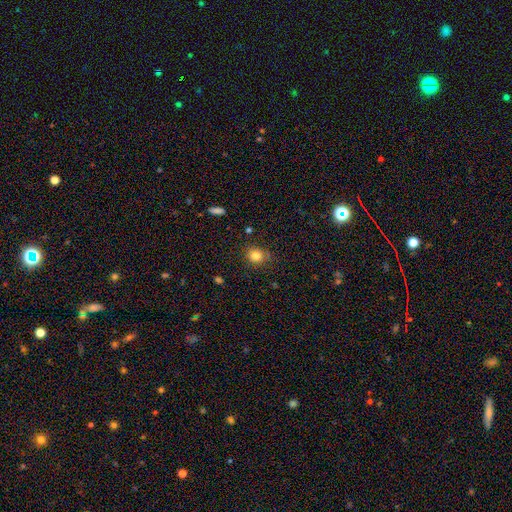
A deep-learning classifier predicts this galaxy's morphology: Smooth or featured: smooth — 82% (star or artifact — 12%)
How rounded: round — 76% (in between — 23%)
Merging: none — 79% (minor disturbance — 15%)